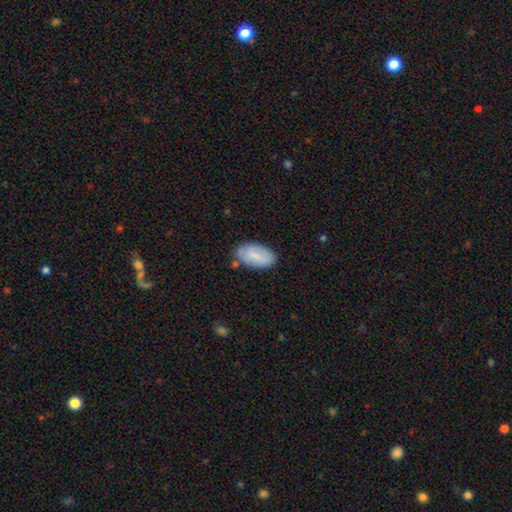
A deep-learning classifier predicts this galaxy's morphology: Smooth or featured? Predicted: smooth (p=0.76). How rounded? Predicted: in between (p=0.95). Merging? Predicted: none (p=0.74).